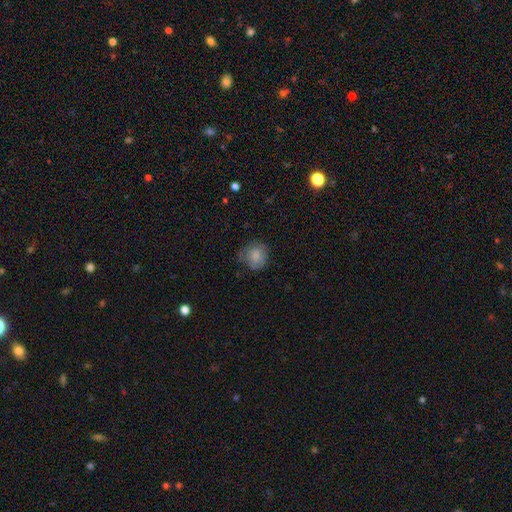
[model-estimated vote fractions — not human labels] A smooth galaxy with no disk features (78%) that is round (85%). Merging: none (65%).